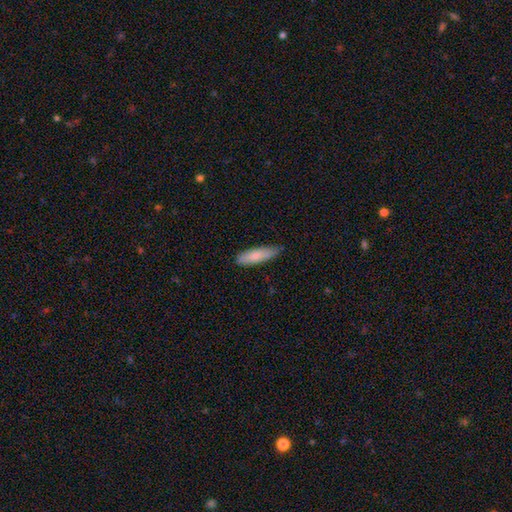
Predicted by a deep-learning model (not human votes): A smooth galaxy with no disk features (82%) that is cigar-shaped (65%).

Vote fractions:
- Smooth or featured? smooth: 82% / featured or disk: 12% / star or artifact: 6%
- How rounded? cigar-shaped: 65% / in between: 33% / round: 1%
- Merging? none: 78% / minor disturbance: 19% / major disturbance: 2% / merger: 1%